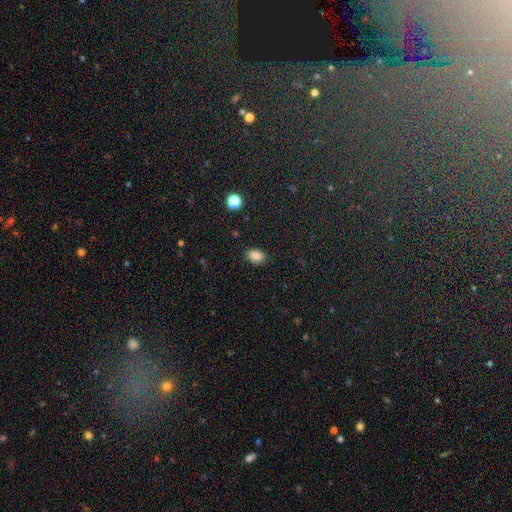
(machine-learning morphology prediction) The model was most divided on "how rounded": in between: 79%, round: 20%, cigar-shaped: 1%. More confident: smooth or featured — smooth (86%); merging — none (82%).